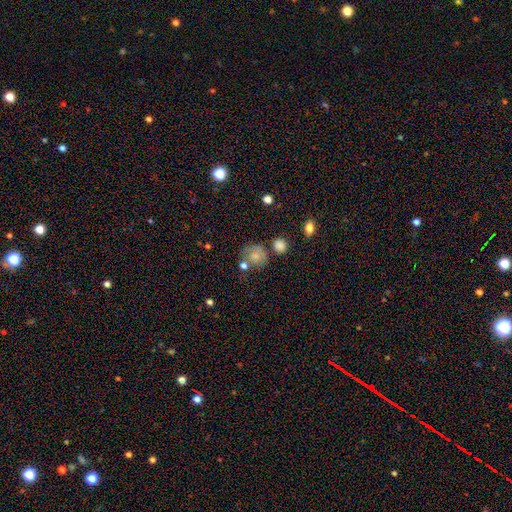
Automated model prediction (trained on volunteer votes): Morphology: type=smooth (63%); roundness=round (80%); merging=none (52%).